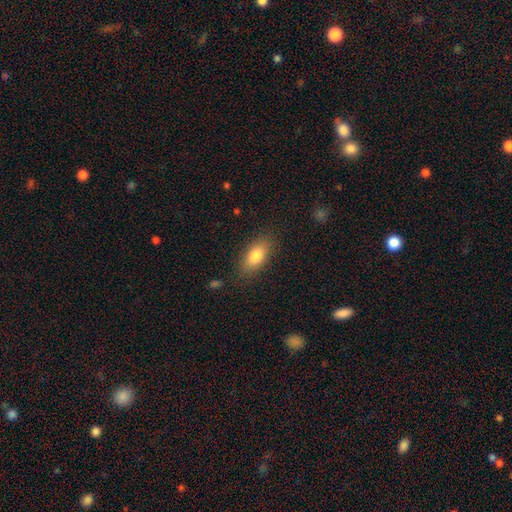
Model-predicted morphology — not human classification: This is clearly a smooth galaxy (80%). How rounded: clearly in between (84%). Merging: clearly none (84%).